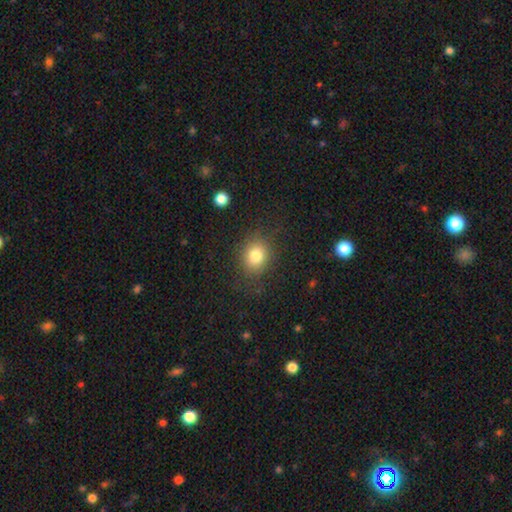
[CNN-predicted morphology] A smooth galaxy with no disk features (80%) that is round (64%). Merging: none (79%).